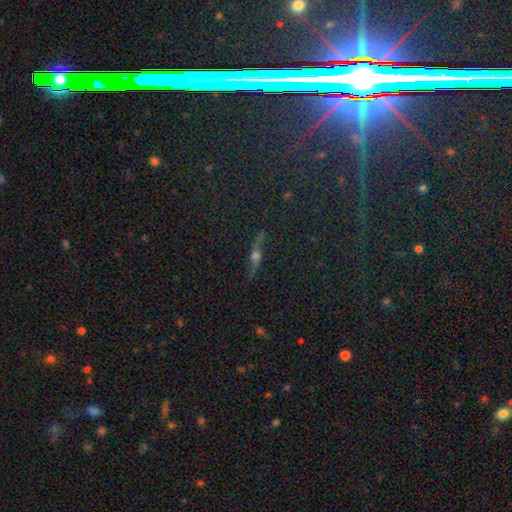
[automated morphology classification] featured or disk 68%, smooth 19%, star or artifact 14%. Down the decision tree: edge-on disk — yes (83%); edge-on bulge — rounded (93%); merging — none (82%).